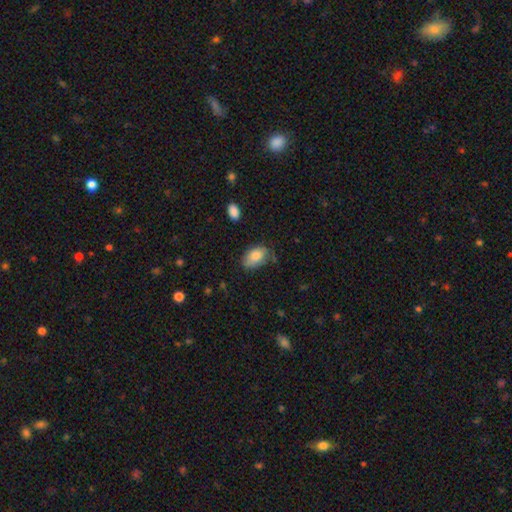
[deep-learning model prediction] A smooth galaxy with no disk features (83%) that is in between round and cigar-shaped (91%).

Vote fractions:
- Smooth or featured? smooth: 83% / featured or disk: 10% / star or artifact: 7%
- How rounded? in between: 91% / round: 7% / cigar-shaped: 1%
- Merging? none: 63% / minor disturbance: 28% / major disturbance: 7% / merger: 3%